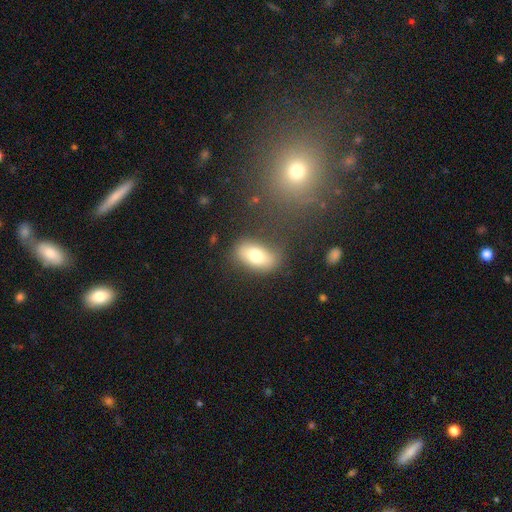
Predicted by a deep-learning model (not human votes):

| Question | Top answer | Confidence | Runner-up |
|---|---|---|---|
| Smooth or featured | smooth | 73% | featured or disk (18%) |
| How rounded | in between | 87% | round (9%) |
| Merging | none | 78% | minor disturbance (14%) |